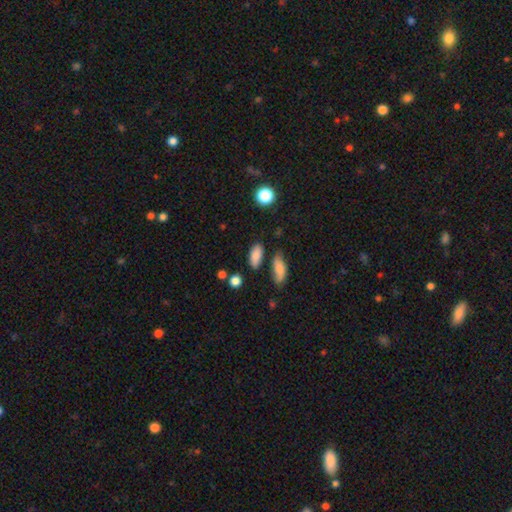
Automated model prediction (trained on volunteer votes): A smooth galaxy with no disk features (83%) that is in between round and cigar-shaped (85%).

Vote fractions:
- Smooth or featured? smooth: 83% / star or artifact: 9% / featured or disk: 8%
- How rounded? in between: 85% / cigar-shaped: 9% / round: 5%
- Merging? none: 72% / minor disturbance: 17% / merger: 7% / major disturbance: 5%